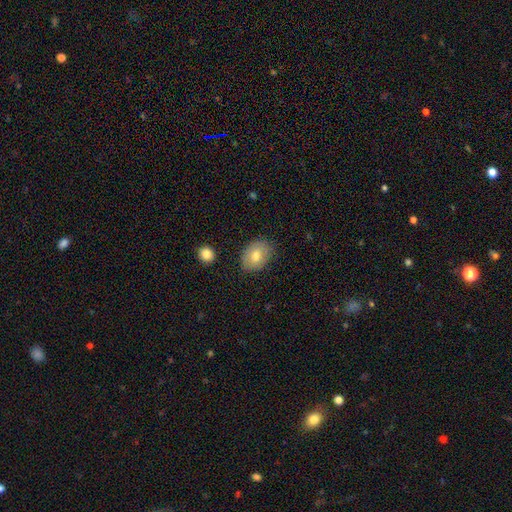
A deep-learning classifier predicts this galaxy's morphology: A smooth galaxy with no disk features (74%) that is in between round and cigar-shaped (70%). Merging: none (81%).